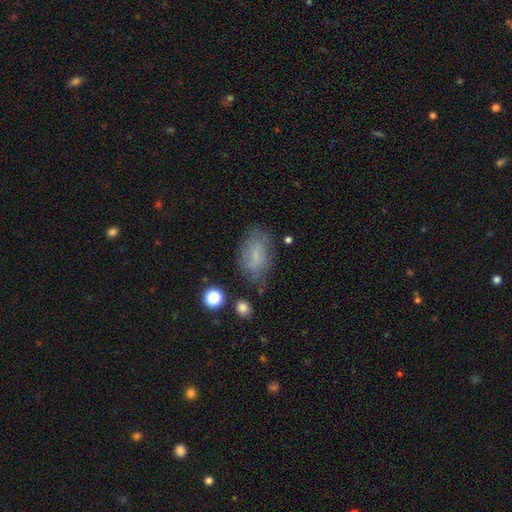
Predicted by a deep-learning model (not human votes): Smooth or featured: smooth — 57% (featured or disk — 32%)
How rounded: in between — 89% (round — 8%)
Merging: none — 60% (minor disturbance — 25%)